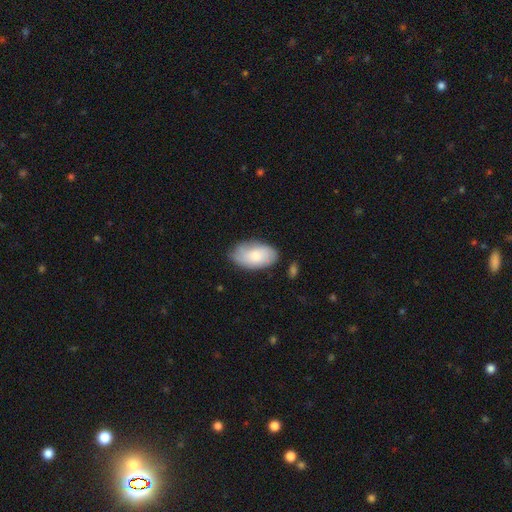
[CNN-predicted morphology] Smooth or featured?
  - smooth: 69% *
  - featured or disk: 25%
  - star or artifact: 6%
How rounded?
  - in between: 94% *
  - round: 4%
  - cigar-shaped: 2%
Merging?
  - none: 74% *
  - minor disturbance: 19%
  - major disturbance: 4%
  - merger: 3%